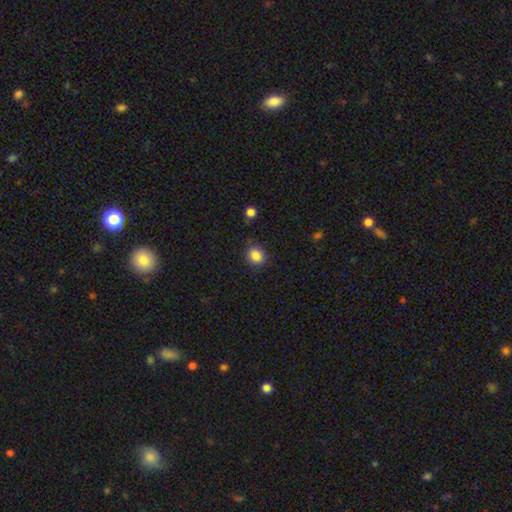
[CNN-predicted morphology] Q: Smooth or featured?
A: smooth (85%); runner-up: star or artifact (10%)
Q: How rounded?
A: round (69%); runner-up: in between (30%)
Q: Merging?
A: none (79%); runner-up: minor disturbance (15%)